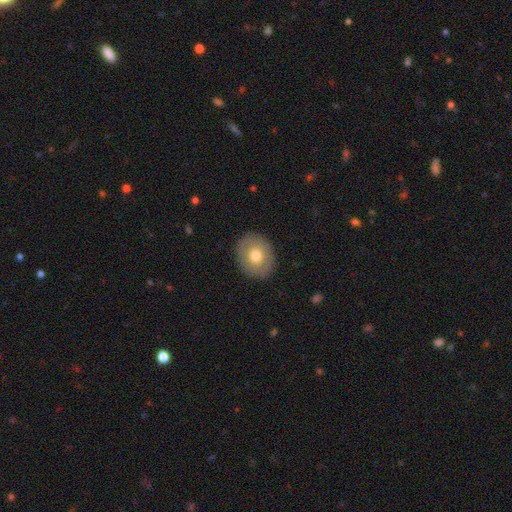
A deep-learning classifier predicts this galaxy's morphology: smooth-or-featured: smooth: 67% | featured or disk: 26% | star or artifact: 7%
  how-rounded: round: 61% | in between: 38% | cigar-shaped: 1%
  merging: none: 88% | minor disturbance: 9% | major disturbance: 3% | merger: 1%